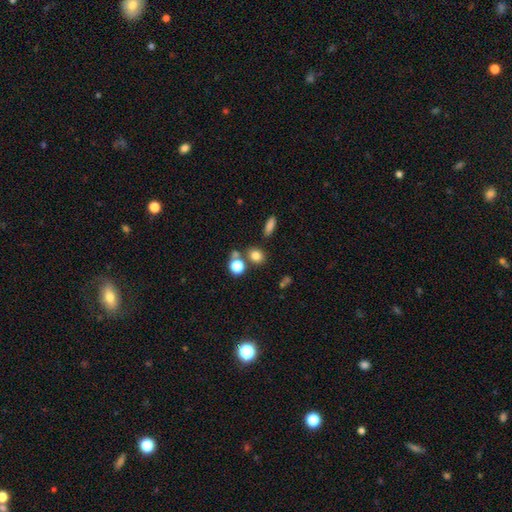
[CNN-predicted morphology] A smooth galaxy with no disk features (78%) that is round (70%).

Vote fractions:
- Smooth or featured? smooth: 78% / star or artifact: 14% / featured or disk: 8%
- How rounded? round: 70% / in between: 29% / cigar-shaped: 1%
- Merging? none: 68% / merger: 18% / minor disturbance: 10% / major disturbance: 4%